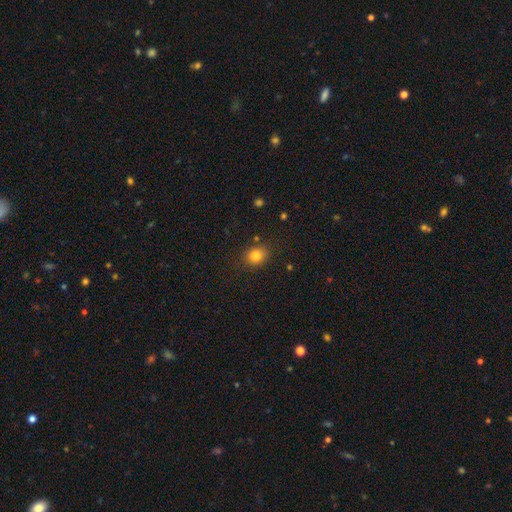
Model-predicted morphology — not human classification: Smooth or featured: smooth — 83% (star or artifact — 11%)
How rounded: round — 50% (in between — 49%)
Merging: none — 80% (minor disturbance — 14%)